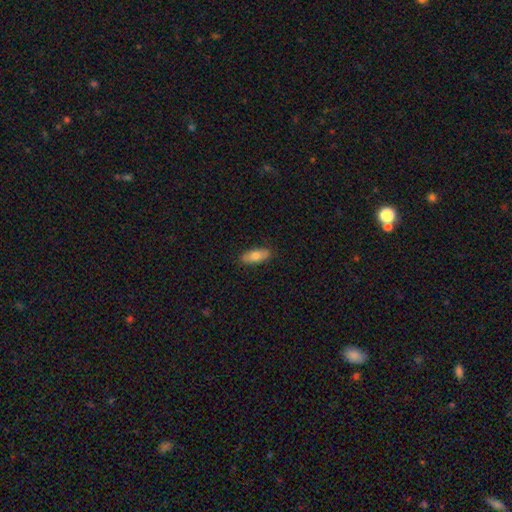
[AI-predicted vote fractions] Smooth or featured: smooth — 76% (featured or disk — 18%)
How rounded: in between — 76% (cigar-shaped — 21%)
Merging: none — 88% (minor disturbance — 10%)